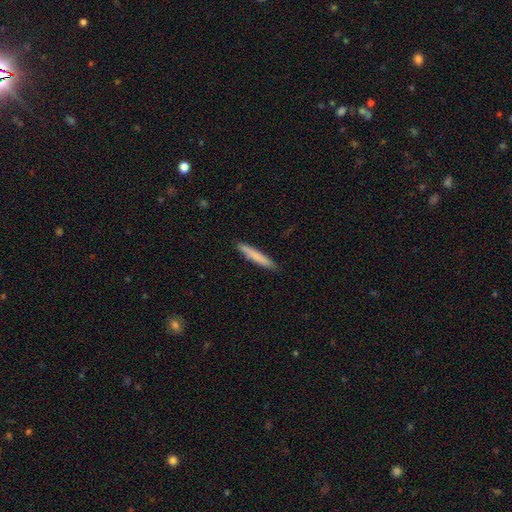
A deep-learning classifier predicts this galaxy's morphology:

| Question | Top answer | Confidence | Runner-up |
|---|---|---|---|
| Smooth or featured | smooth | 76% | featured or disk (18%) |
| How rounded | cigar-shaped | 95% | in between (3%) |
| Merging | none | 90% | minor disturbance (8%) |